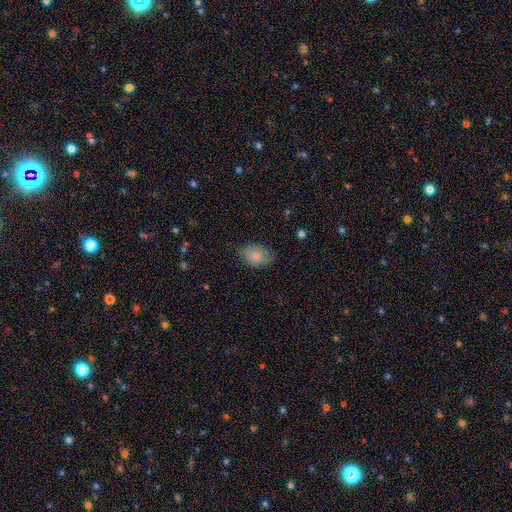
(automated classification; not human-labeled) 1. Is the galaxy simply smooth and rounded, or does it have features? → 80% smooth, 12% featured or disk, 8% star or artifact.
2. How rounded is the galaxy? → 82% in between, 17% round, 1% cigar-shaped.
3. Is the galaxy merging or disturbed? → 68% none, 24% minor disturbance, 6% major disturbance, 1% merger.